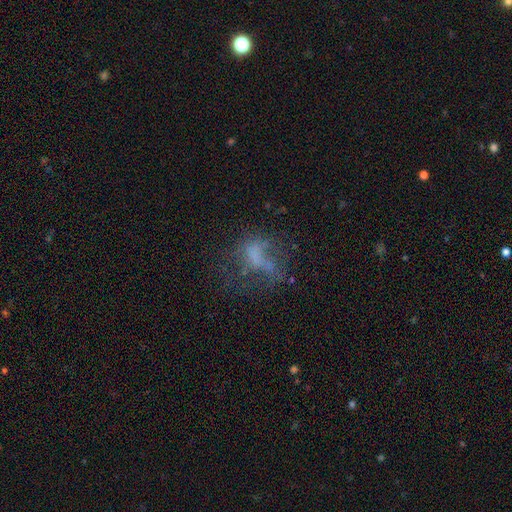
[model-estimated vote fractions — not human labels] Smooth or featured?
  - featured or disk: 42% *
  - smooth: 35%
  - star or artifact: 23%
Merging?
  - major disturbance: 38% *
  - none: 37%
  - minor disturbance: 18%
  - merger: 7%